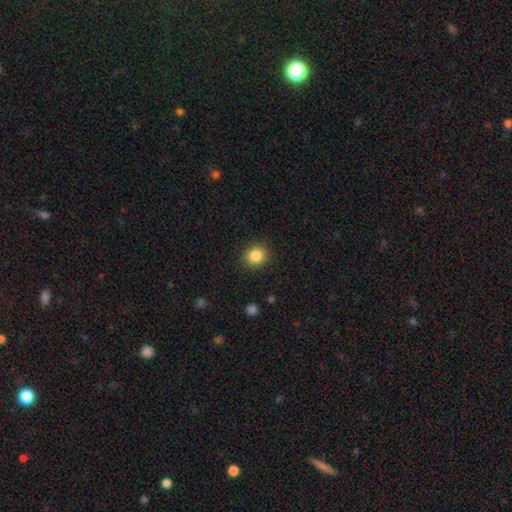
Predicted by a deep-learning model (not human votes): Overall: smooth (85%). How rounded: round (84%). Merging: none (90%).